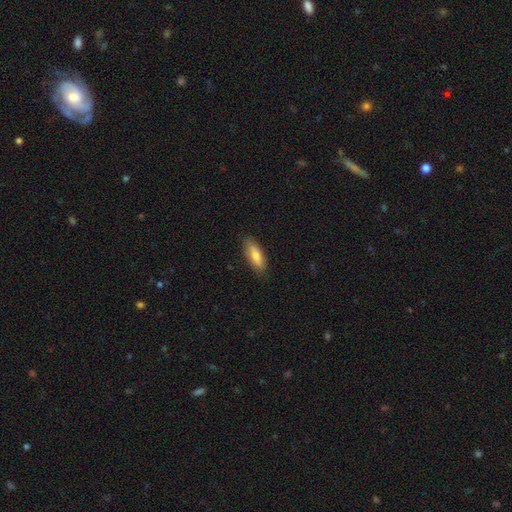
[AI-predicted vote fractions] Morphology: type=smooth (76%); roundness=in between (57%); merging=none (85%).